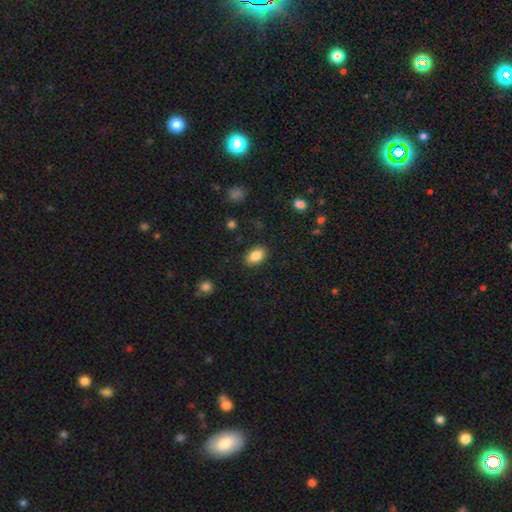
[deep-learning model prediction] Morphology: type=smooth (86%); roundness=in between (87%); merging=none (86%).